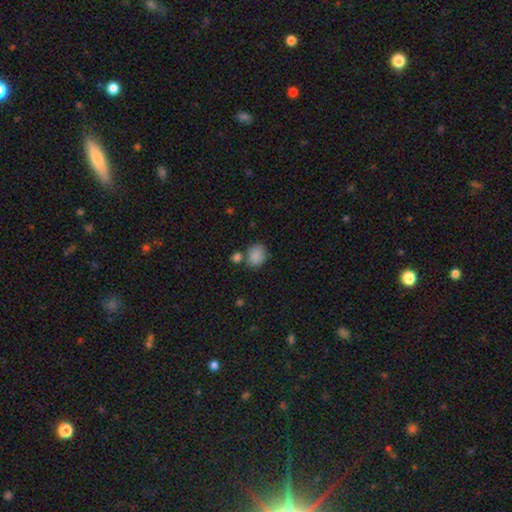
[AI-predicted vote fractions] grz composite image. It shows a smooth galaxy with no disk features (86%) that is round (55%). Merging: none (63%).